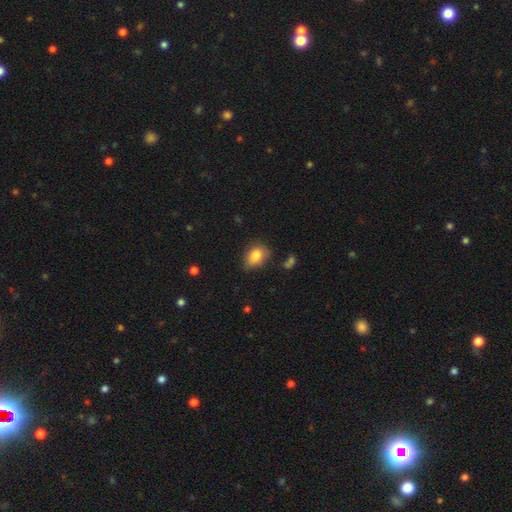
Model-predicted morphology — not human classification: Overall: smooth (84%). How rounded: in between (71%). Merging: none (59%; minor disturbance 30%).